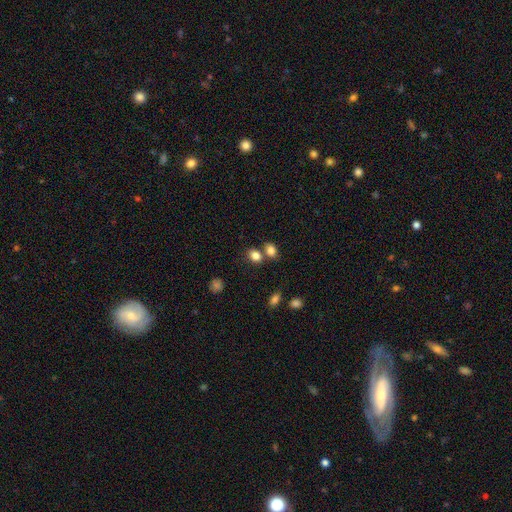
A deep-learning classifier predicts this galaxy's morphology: smooth_or_featured: smooth (p=0.83) [alt: star or artifact p=0.11]
how_rounded: in between (p=0.61) [alt: round p=0.38]
merging: none (p=0.54) [alt: merger p=0.31]